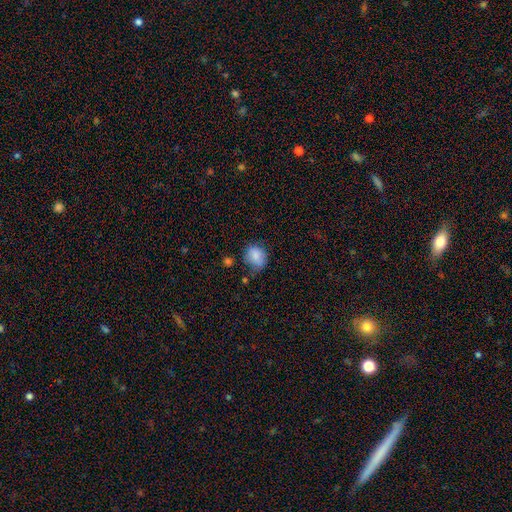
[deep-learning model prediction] Smooth or featured?
  - smooth: 83% *
  - star or artifact: 9%
  - featured or disk: 7%
How rounded?
  - round: 57% *
  - in between: 42%
  - cigar-shaped: 1%
Merging?
  - none: 61% *
  - minor disturbance: 28%
  - major disturbance: 7%
  - merger: 4%